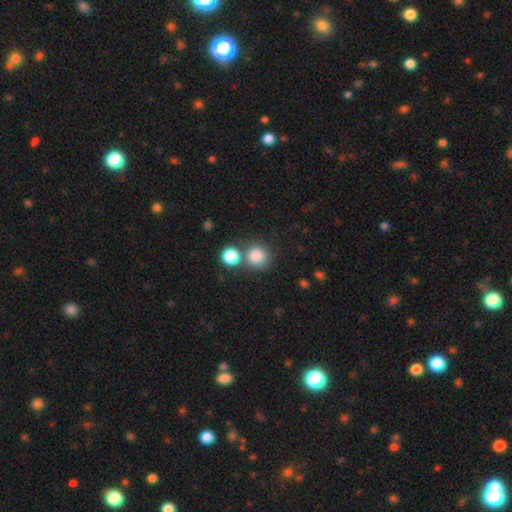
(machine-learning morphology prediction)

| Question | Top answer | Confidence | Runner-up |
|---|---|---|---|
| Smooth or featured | smooth | 84% | star or artifact (10%) |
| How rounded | round | 89% | in between (10%) |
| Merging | none | 59% | merger (27%) |